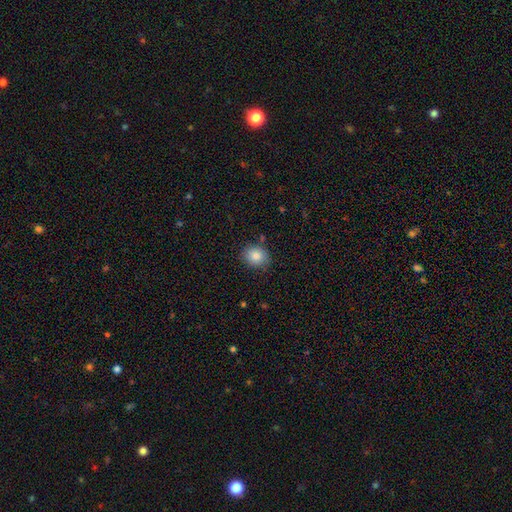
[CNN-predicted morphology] A smooth galaxy with no disk features (83%) that is round (72%).

Vote fractions:
- Smooth or featured? smooth: 83% / star or artifact: 9% / featured or disk: 7%
- How rounded? round: 72% / in between: 28% / cigar-shaped: 1%
- Merging? none: 81% / minor disturbance: 13% / major disturbance: 3% / merger: 3%